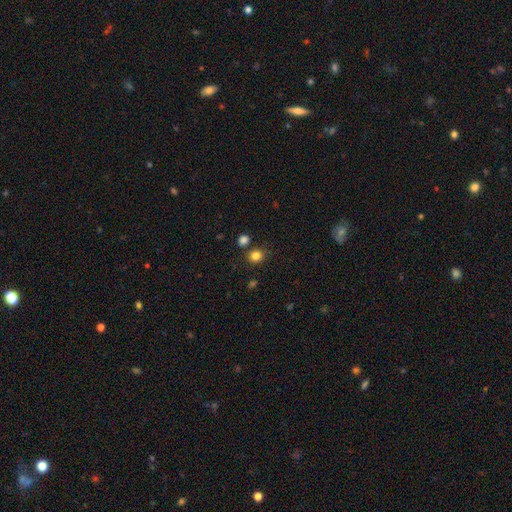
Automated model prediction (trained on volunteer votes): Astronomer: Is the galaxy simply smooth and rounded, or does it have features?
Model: smooth — 83%.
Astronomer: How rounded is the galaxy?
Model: round — 74%.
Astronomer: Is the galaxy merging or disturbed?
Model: none — 80%.